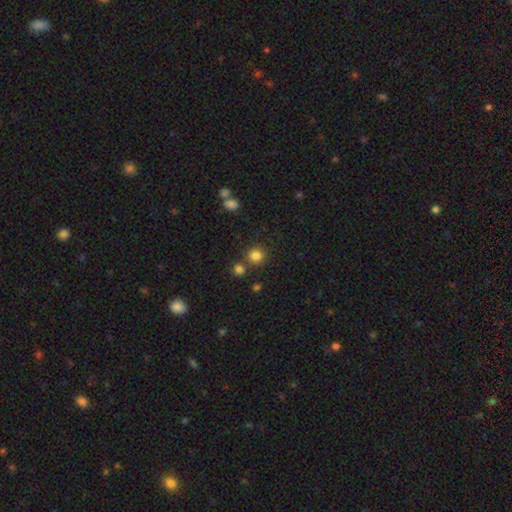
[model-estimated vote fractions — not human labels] smooth_or_featured: smooth (p=0.81) [alt: star or artifact p=0.14]
how_rounded: round (p=0.90) [alt: in between p=0.09]
merging: none (p=0.77) [alt: merger p=0.12]